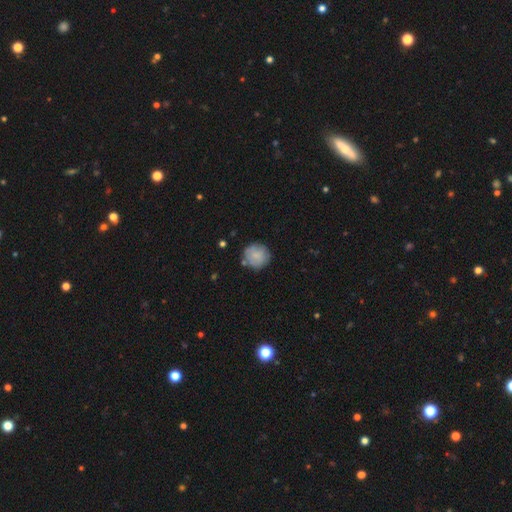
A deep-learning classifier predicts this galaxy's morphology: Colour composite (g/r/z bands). It shows a smooth galaxy with no disk features (78%) that is round (92%). Merging: none (77%).